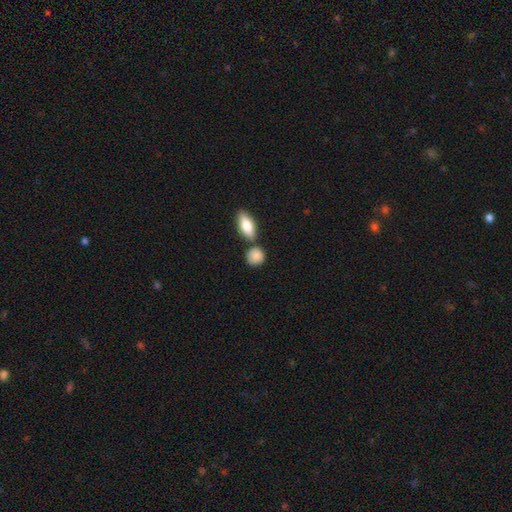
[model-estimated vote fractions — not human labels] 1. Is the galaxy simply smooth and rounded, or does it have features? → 86% smooth, 7% star or artifact, 7% featured or disk.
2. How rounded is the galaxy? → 74% round, 23% in between, 3% cigar-shaped.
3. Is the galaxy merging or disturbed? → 69% none, 14% minor disturbance, 14% merger, 3% major disturbance.